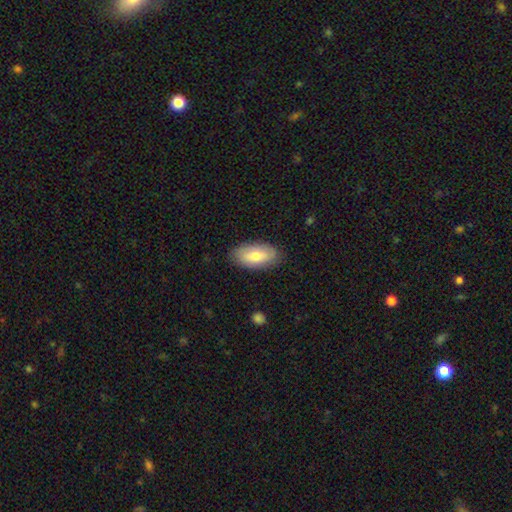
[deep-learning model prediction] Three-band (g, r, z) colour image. It shows a smooth galaxy with no disk features (70%) that is in between round and cigar-shaped (92%). Merging: none (84%).